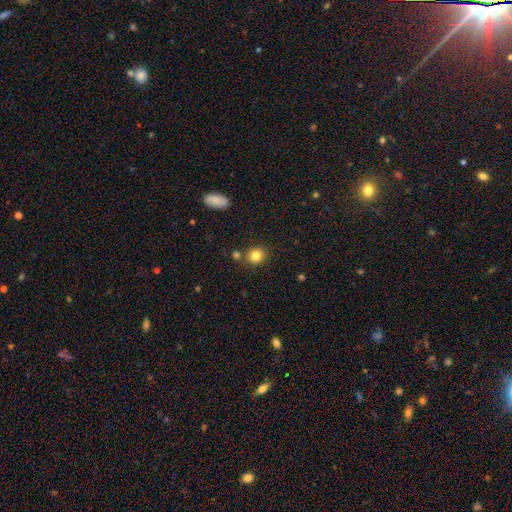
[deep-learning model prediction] Smooth or featured? smooth (83%)
How rounded? round (81%)
Merging? none (80%)